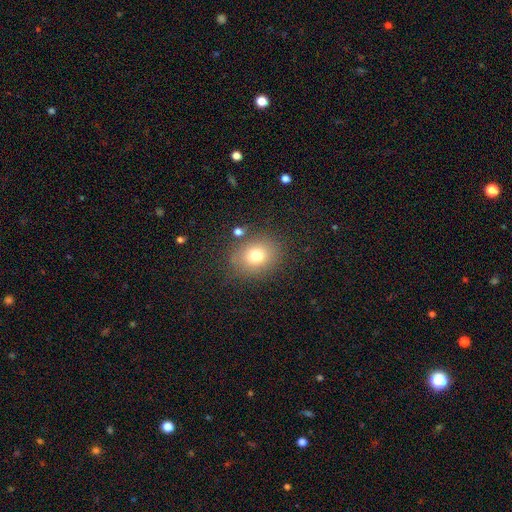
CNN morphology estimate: The model was most divided on "how rounded": round: 58%, in between: 41%, cigar-shaped: 1%. More confident: merging — none (80%); smooth or featured — smooth (75%).